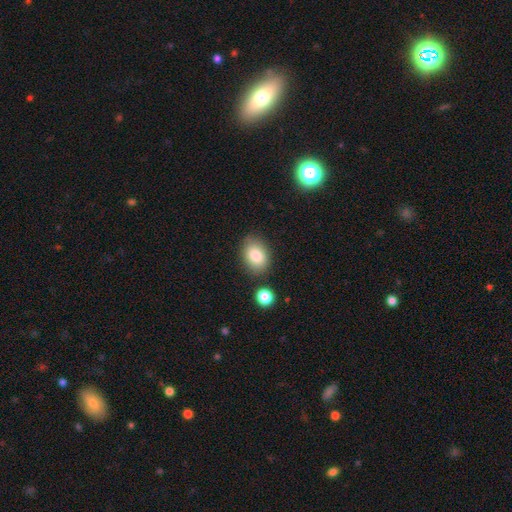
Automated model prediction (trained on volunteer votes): Overall: smooth (85%). How rounded: in between (78%). Merging: none (78%).